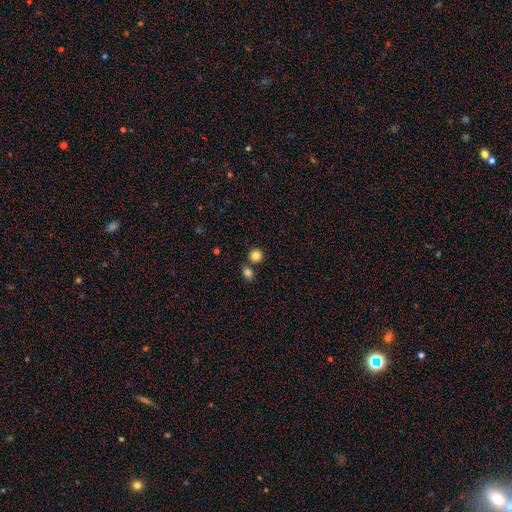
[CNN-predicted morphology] type=smooth (84%); roundness=round (89%); merging=none (73%).